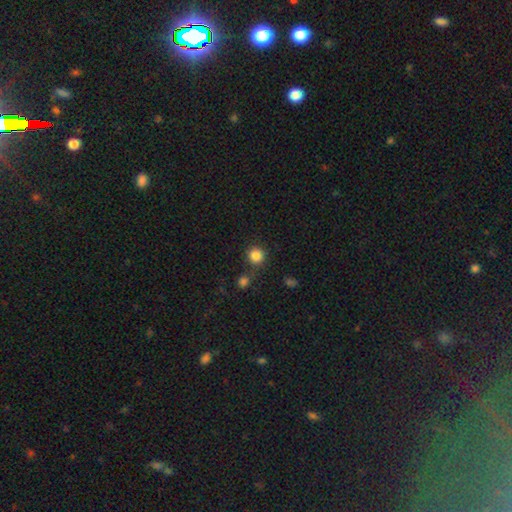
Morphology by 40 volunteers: smooth_or_featured: smooth (p=0.88) [alt: star or artifact p=0.12]
how_rounded: round (p=0.89) [alt: in between p=0.09]
merging: none (p=0.74) [alt: merger p=0.17]